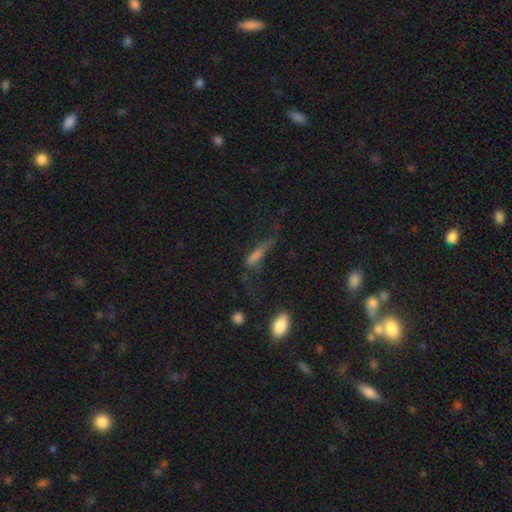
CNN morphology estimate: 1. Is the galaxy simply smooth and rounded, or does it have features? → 55% smooth, 28% featured or disk, 17% star or artifact.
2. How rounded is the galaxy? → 64% cigar-shaped, 31% in between, 6% round.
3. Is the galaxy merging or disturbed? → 39% major disturbance, 33% none, 22% minor disturbance, 6% merger.